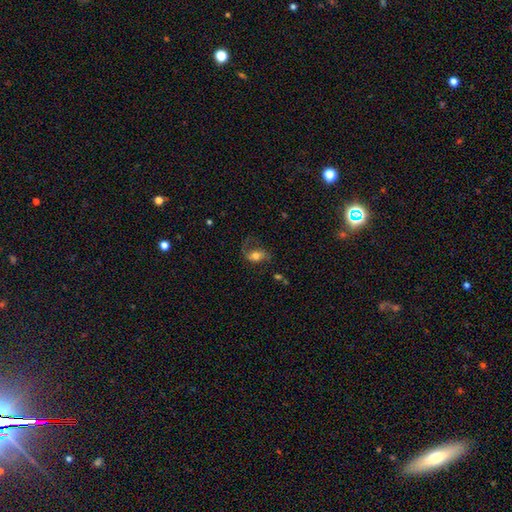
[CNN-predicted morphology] Q: Smooth or featured?
A: featured or disk (48%); runner-up: smooth (43%)
Q: Merging?
A: none (49%); runner-up: major disturbance (28%)